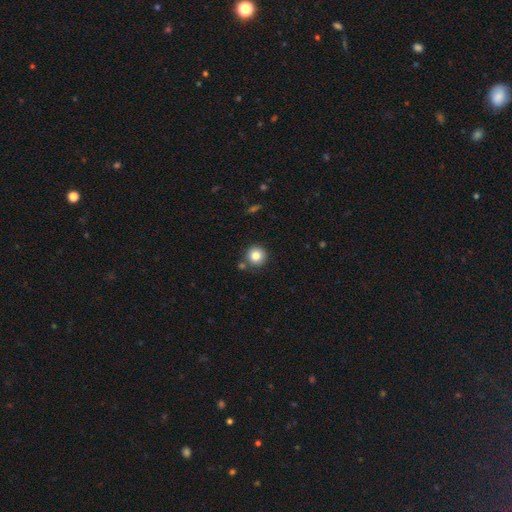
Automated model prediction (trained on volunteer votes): A smooth galaxy with no disk features (83%) that is round (94%).

Vote fractions:
- Smooth or featured? smooth: 83% / star or artifact: 10% / featured or disk: 7%
- How rounded? round: 94% / in between: 5% / cigar-shaped: 1%
- Merging? none: 81% / minor disturbance: 9% / merger: 8% / major disturbance: 2%